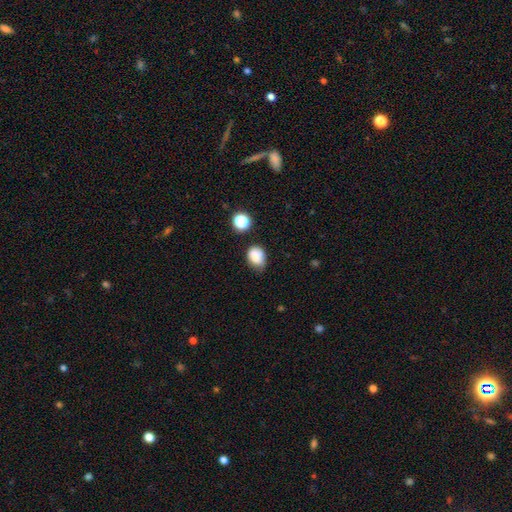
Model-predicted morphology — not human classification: Q: Smooth or featured?
A: smooth (81%); runner-up: star or artifact (11%)
Q: How rounded?
A: in between (63%); runner-up: round (36%)
Q: Merging?
A: none (52%); runner-up: minor disturbance (34%)